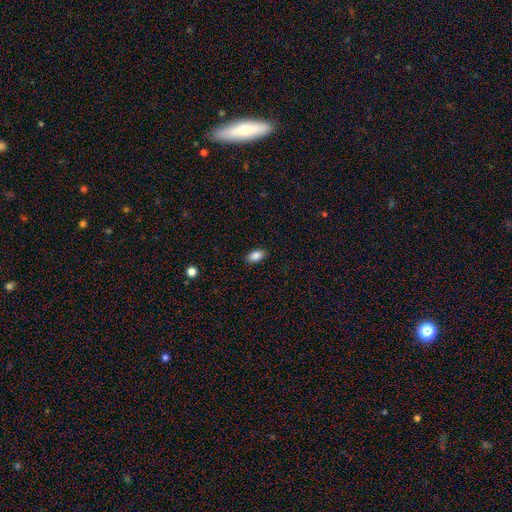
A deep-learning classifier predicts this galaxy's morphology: Q: Smooth or featured?
A: smooth (87%); runner-up: star or artifact (8%)
Q: How rounded?
A: in between (92%); runner-up: round (4%)
Q: Merging?
A: none (89%); runner-up: minor disturbance (8%)